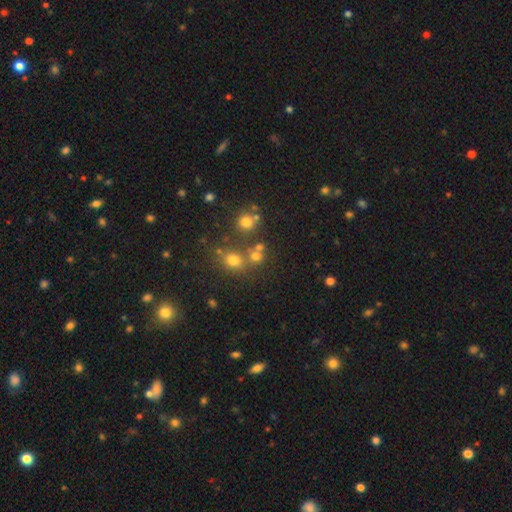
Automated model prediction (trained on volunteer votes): Smooth or featured: smooth — 68% (star or artifact — 22%)
How rounded: round — 82% (in between — 17%)
Merging: none — 62% (merger — 25%)